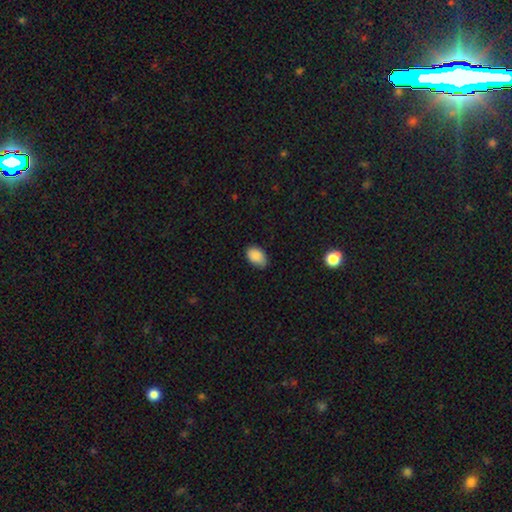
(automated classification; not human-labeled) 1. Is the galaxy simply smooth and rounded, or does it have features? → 88% smooth, 8% star or artifact, 4% featured or disk.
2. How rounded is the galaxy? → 88% in between, 11% round, 1% cigar-shaped.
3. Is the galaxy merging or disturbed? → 72% none, 23% minor disturbance, 3% major disturbance, 1% merger.